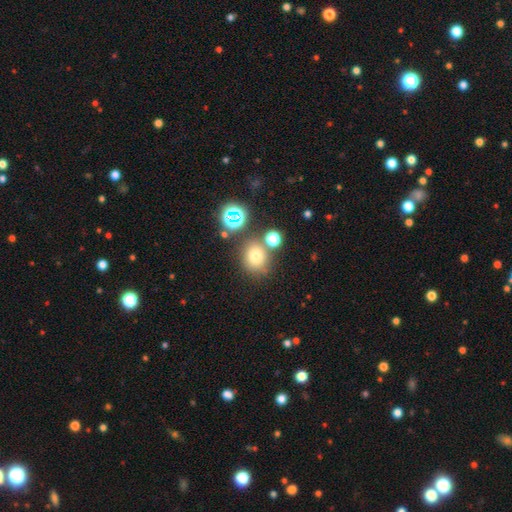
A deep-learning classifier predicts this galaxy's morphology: smooth-or-featured: smooth: 69% | star or artifact: 21% | featured or disk: 10%
  how-rounded: round: 72% | in between: 27% | cigar-shaped: 1%
  merging: none: 70% | merger: 14% | minor disturbance: 11% | major disturbance: 4%